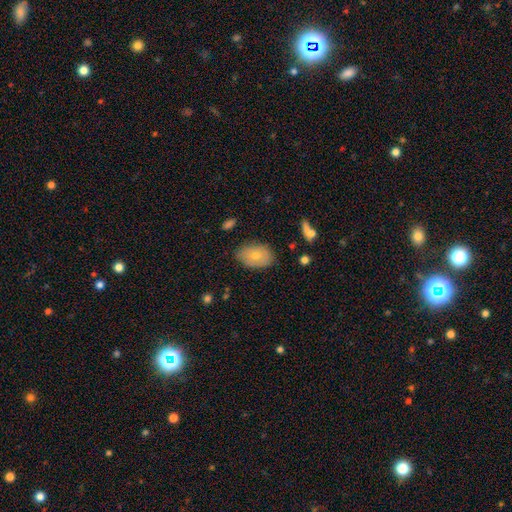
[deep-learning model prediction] smooth 70%, featured or disk 23%, star or artifact 7%. Down the decision tree: how rounded — in between (86%); merging — none (76%).